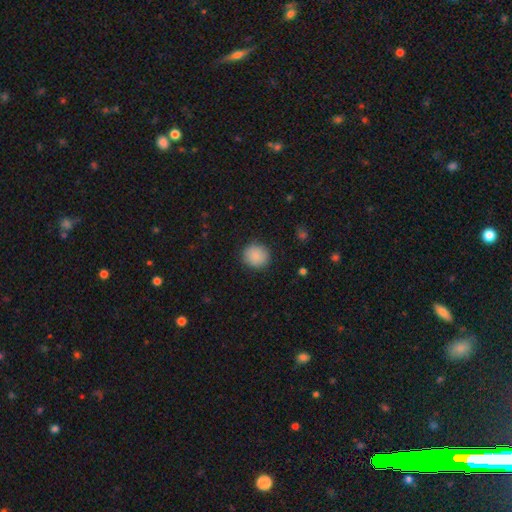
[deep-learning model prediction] A smooth galaxy with no disk features (87%) that is round (91%). Merging: none (89%).